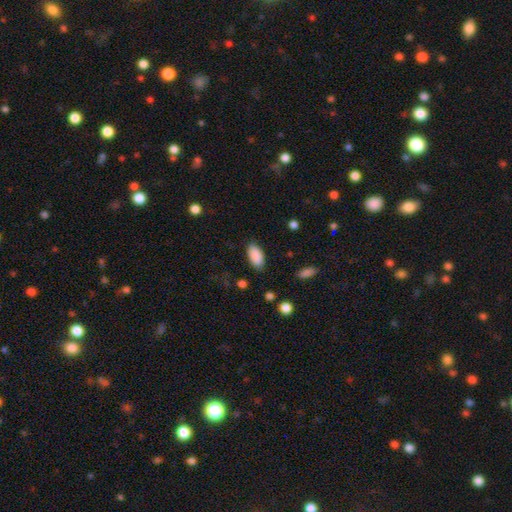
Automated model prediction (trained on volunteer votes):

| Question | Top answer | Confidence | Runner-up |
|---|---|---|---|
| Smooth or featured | smooth | 89% | star or artifact (7%) |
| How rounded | in between | 93% | cigar-shaped (4%) |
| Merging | none | 85% | minor disturbance (11%) |